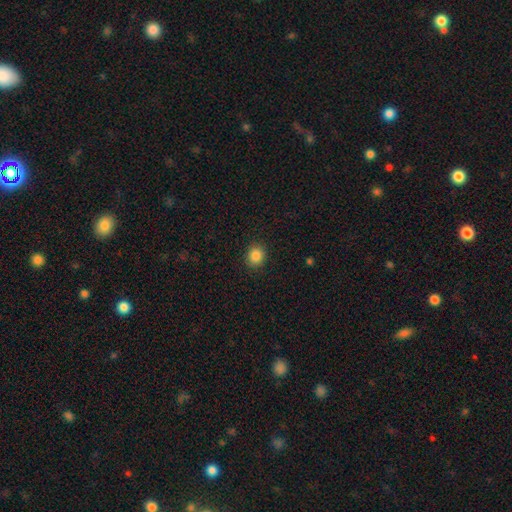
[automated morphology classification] The model was most divided on "how rounded": round: 72%, in between: 27%, cigar-shaped: 1%. More confident: merging — none (90%); smooth or featured — smooth (86%).